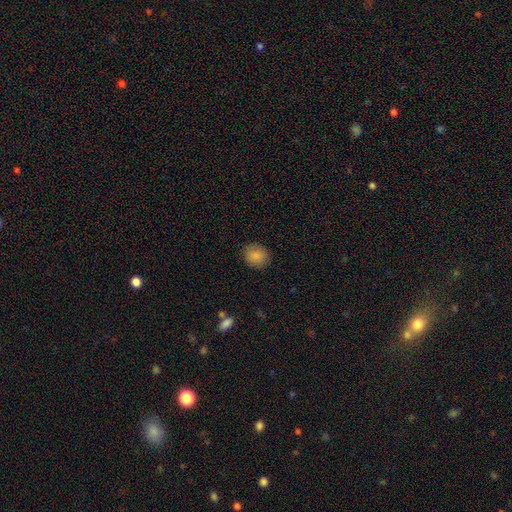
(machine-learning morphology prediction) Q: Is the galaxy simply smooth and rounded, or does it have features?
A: smooth — 87%.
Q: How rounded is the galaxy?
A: round — 73%.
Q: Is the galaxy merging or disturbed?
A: none — 87%.